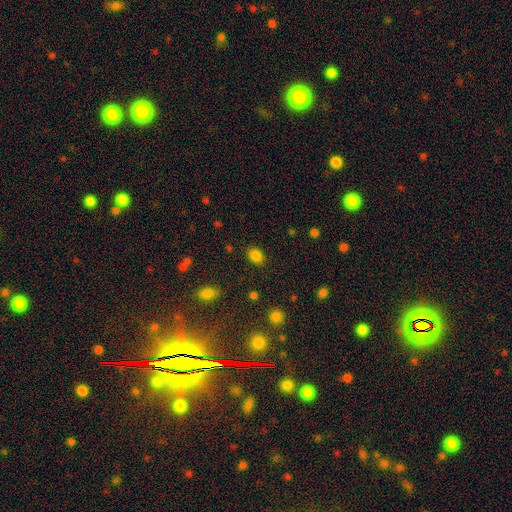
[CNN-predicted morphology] Smooth or featured? Predicted: smooth (p=0.83). How rounded? Predicted: in between (p=0.69). Merging? Predicted: none (p=0.86).